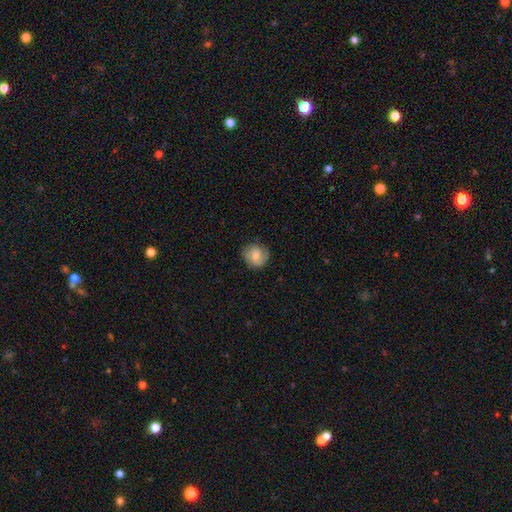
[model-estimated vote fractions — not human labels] A smooth galaxy with no disk features (57%) that is round (84%). Merging: none (78%).